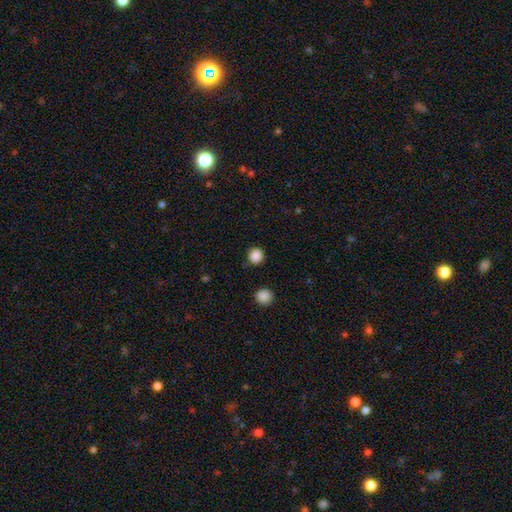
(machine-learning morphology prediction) smooth_or_featured: smooth (p=0.86) [alt: star or artifact p=0.11]
how_rounded: round (p=0.92) [alt: in between p=0.07]
merging: none (p=0.87) [alt: minor disturbance p=0.08]